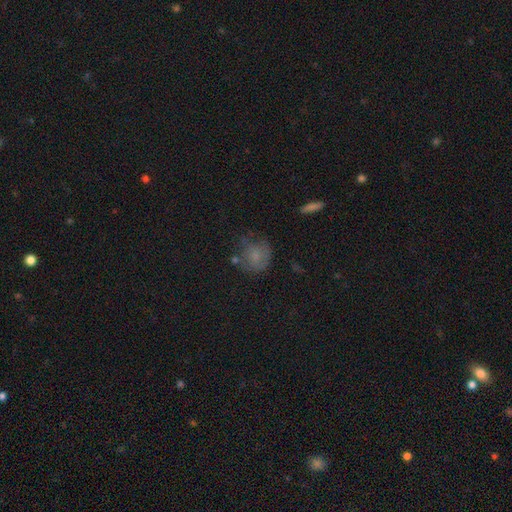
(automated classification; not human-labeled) A smooth galaxy with no disk features (64%) that is round (79%).

Vote fractions:
- Smooth or featured? smooth: 64% / featured or disk: 24% / star or artifact: 12%
- How rounded? round: 79% / in between: 20% / cigar-shaped: 1%
- Merging? none: 51% / minor disturbance: 27% / major disturbance: 17% / merger: 5%